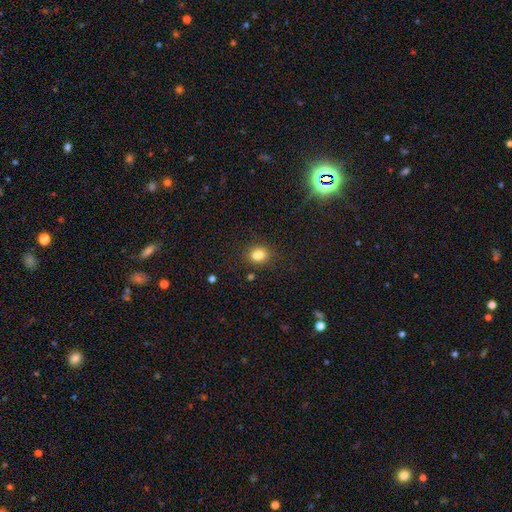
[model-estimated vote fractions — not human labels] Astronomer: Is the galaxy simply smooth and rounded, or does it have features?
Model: smooth — 81%.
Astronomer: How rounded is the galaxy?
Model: round — 54% (runner-up: in between, 45%).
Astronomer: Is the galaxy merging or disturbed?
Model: none — 76%.